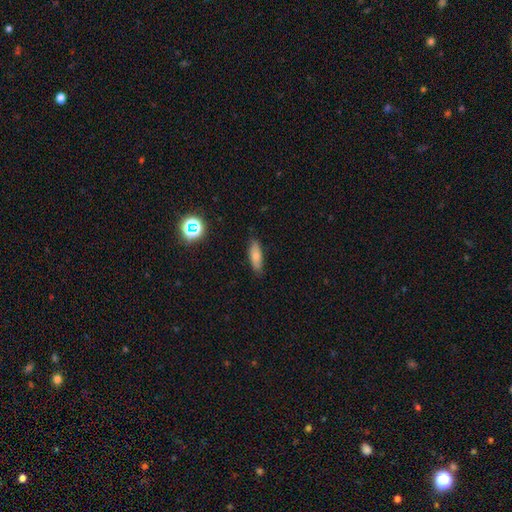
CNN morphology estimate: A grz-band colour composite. It shows a smooth galaxy with no disk features (77%) that is in between round and cigar-shaped (55%). Merging: none (83%).